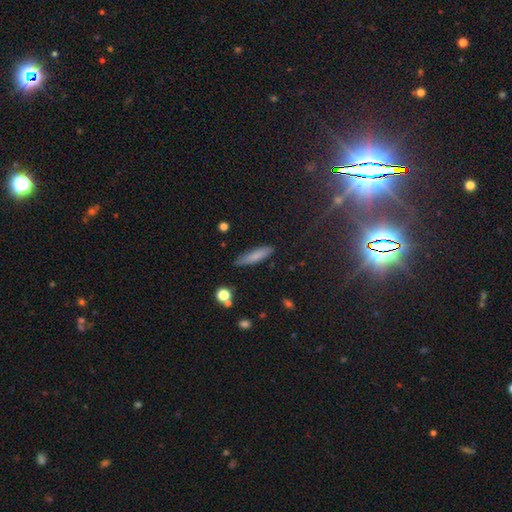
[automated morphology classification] smooth 77%, featured or disk 15%, star or artifact 8%. Down the decision tree: how rounded — cigar-shaped (78%); merging — none (83%).